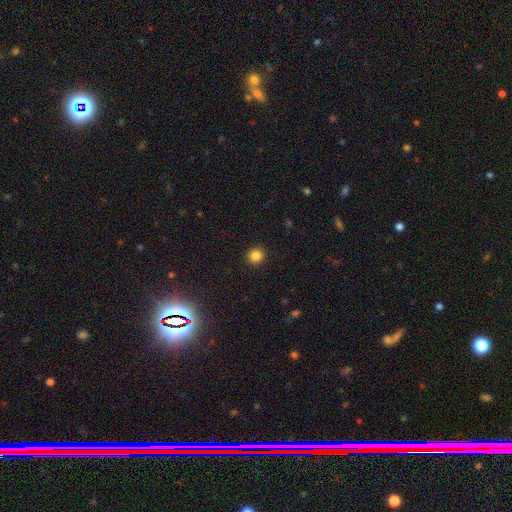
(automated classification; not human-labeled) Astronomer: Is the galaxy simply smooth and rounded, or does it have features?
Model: smooth — 84%.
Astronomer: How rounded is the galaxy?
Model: round — 93%.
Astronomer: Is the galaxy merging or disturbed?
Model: none — 92%.